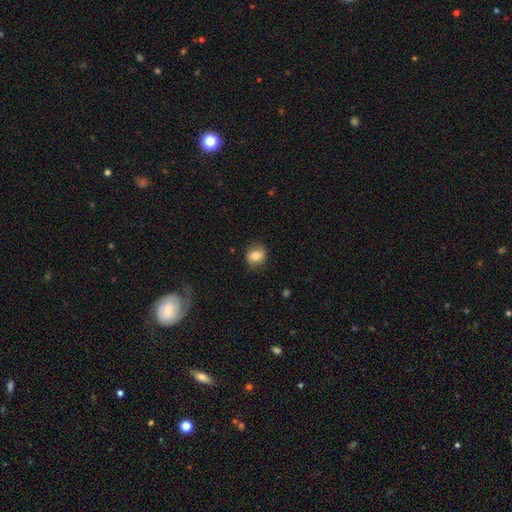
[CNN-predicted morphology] The model was most divided on "how rounded": round: 70%, in between: 29%, cigar-shaped: 1%. More confident: merging — none (80%); smooth or featured — smooth (78%).